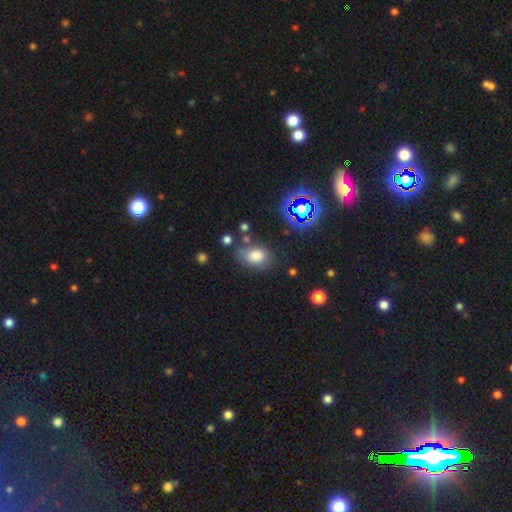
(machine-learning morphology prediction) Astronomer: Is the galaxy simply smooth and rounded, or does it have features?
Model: smooth — 74%.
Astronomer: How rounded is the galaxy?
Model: in between — 80%.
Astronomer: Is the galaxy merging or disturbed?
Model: none — 61%.